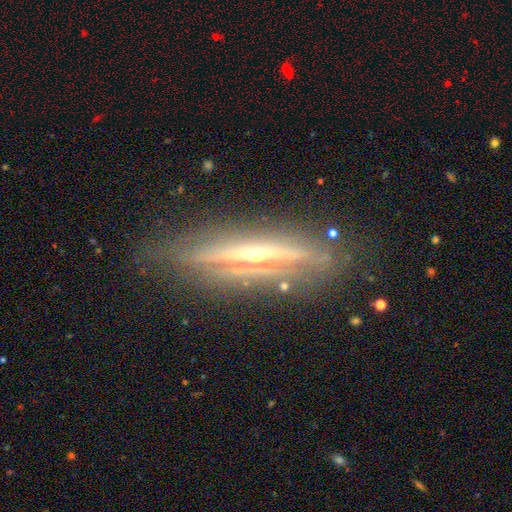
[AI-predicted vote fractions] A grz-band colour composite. It shows a featured or disk galaxy (83%) viewed edge-on (95%) with a rounded central bulge (80%). Merging: none (82%).